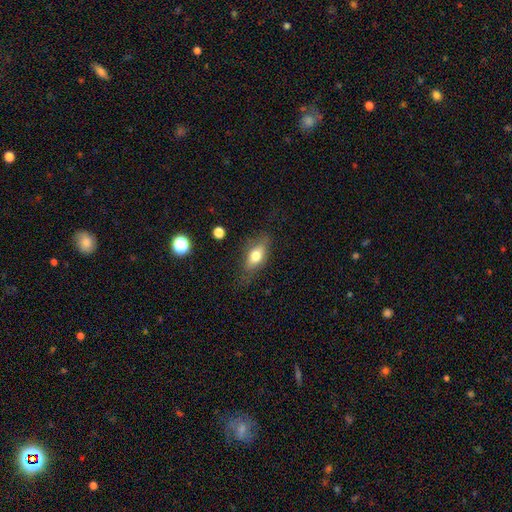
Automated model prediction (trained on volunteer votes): Smooth or featured: smooth — 68% (featured or disk — 24%)
How rounded: in between — 78% (cigar-shaped — 15%)
Merging: none — 70% (minor disturbance — 21%)